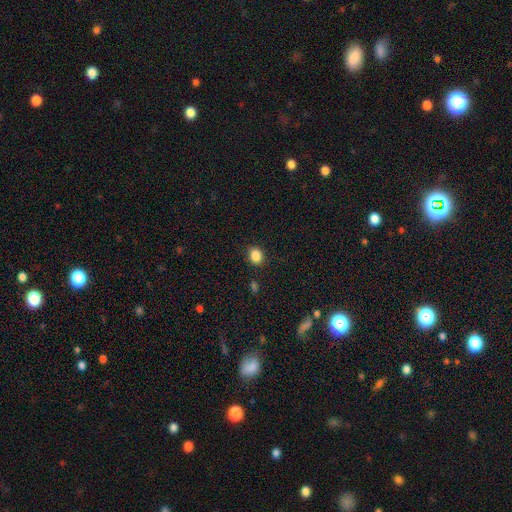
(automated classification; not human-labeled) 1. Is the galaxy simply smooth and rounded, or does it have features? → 86% smooth, 10% star or artifact, 4% featured or disk.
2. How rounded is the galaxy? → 57% round, 42% in between, 1% cigar-shaped.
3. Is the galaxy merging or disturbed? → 88% none, 8% minor disturbance, 2% major disturbance, 2% merger.